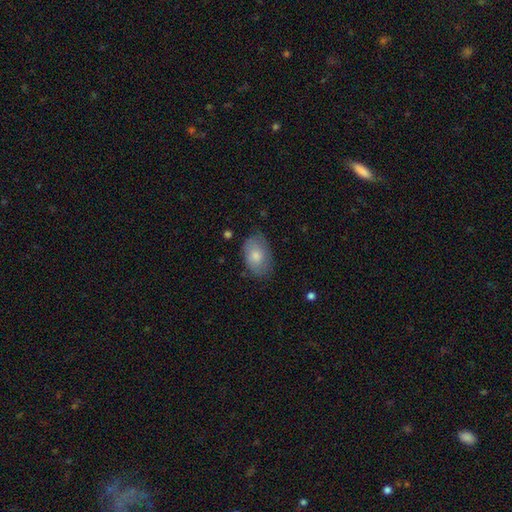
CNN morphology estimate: Smooth or featured?
  - smooth: 74% *
  - featured or disk: 20%
  - star or artifact: 6%
How rounded?
  - in between: 89% *
  - round: 10%
  - cigar-shaped: 1%
Merging?
  - none: 69% *
  - minor disturbance: 24%
  - major disturbance: 6%
  - merger: 1%